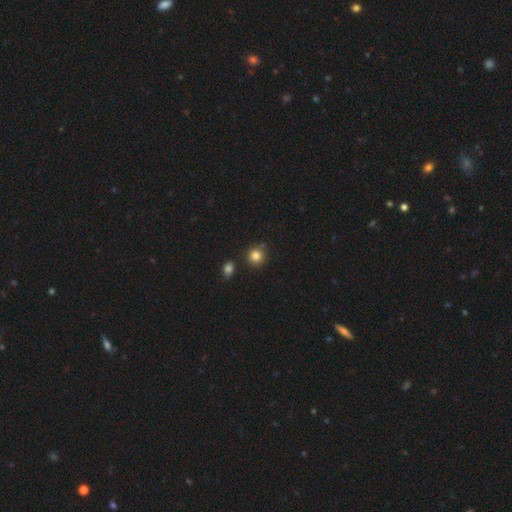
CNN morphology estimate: Smooth or featured?
  - smooth: 83% *
  - star or artifact: 11%
  - featured or disk: 6%
How rounded?
  - round: 90% *
  - in between: 9%
  - cigar-shaped: 1%
Merging?
  - none: 81% *
  - minor disturbance: 10%
  - merger: 7%
  - major disturbance: 3%